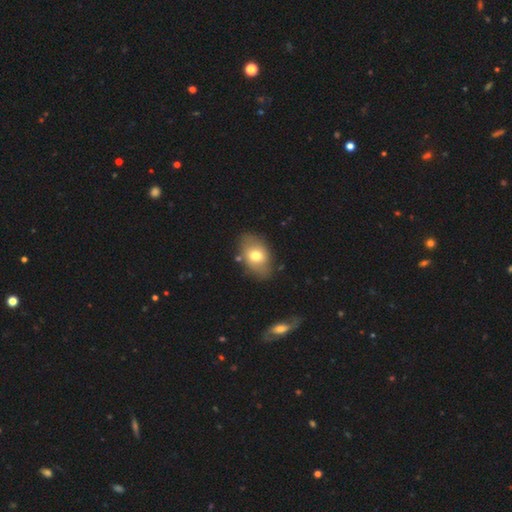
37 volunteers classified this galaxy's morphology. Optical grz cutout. It shows a smooth galaxy with no disk features (68%) that is in between round and cigar-shaped (88%). Merging: none (65%).